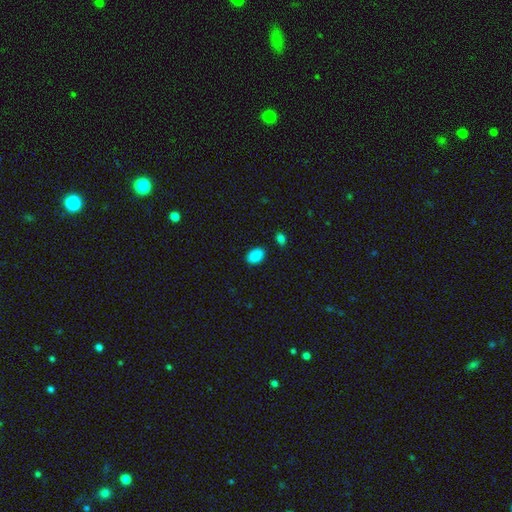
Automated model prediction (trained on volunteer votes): Q: Smooth or featured?
A: smooth (88%); runner-up: star or artifact (9%)
Q: How rounded?
A: in between (85%); runner-up: round (14%)
Q: Merging?
A: none (84%); runner-up: minor disturbance (11%)